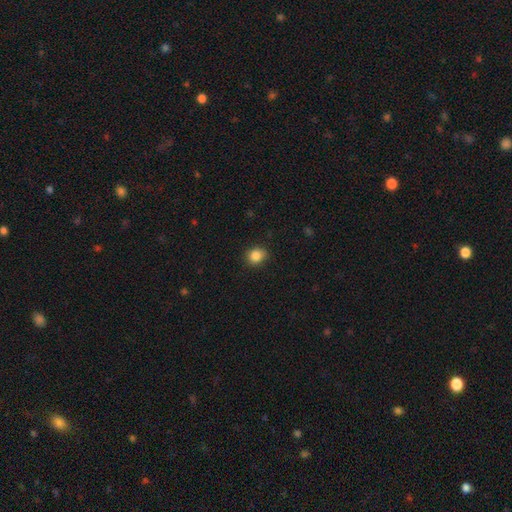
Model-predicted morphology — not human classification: Q: Smooth or featured?
A: smooth (85%); runner-up: star or artifact (10%)
Q: How rounded?
A: round (72%); runner-up: in between (27%)
Q: Merging?
A: none (85%); runner-up: minor disturbance (12%)